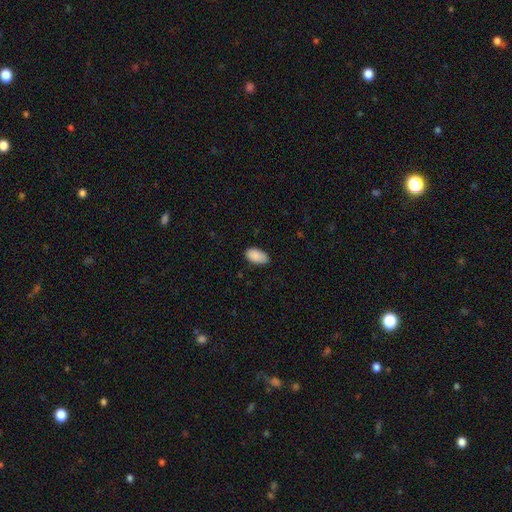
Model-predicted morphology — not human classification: smooth_or_featured: smooth (p=0.89) [alt: star or artifact p=0.07]
how_rounded: in between (p=0.95) [alt: round p=0.03]
merging: none (p=0.80) [alt: minor disturbance p=0.17]